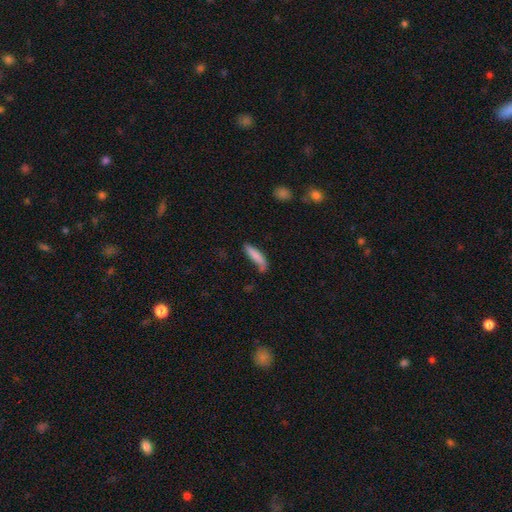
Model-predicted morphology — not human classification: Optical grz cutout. It shows a smooth galaxy with no disk features (79%) that is cigar-shaped (75%). Merging: none (53%).